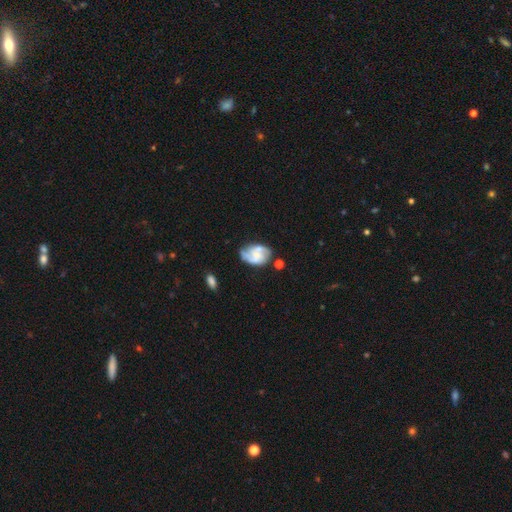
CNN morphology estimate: featured or disk 62%, smooth 30%, star or artifact 8%. Down the decision tree: edge-on disk — no (97%); bar — no (67%); spiral arms — yes (74%); bulge size — small (44%); merging — none (46%).